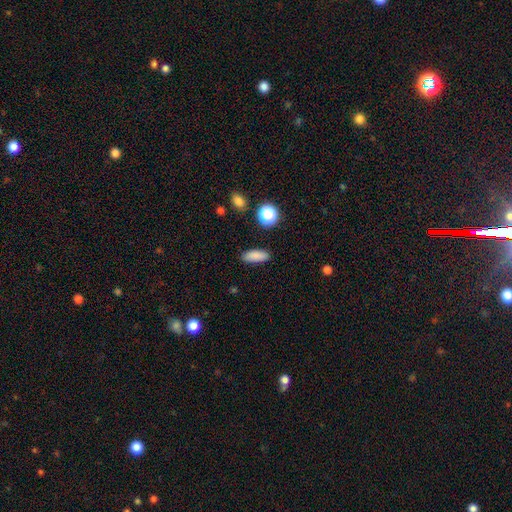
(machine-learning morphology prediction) A smooth galaxy with no disk features (85%) that is in between round and cigar-shaped (66%).

Vote fractions:
- Smooth or featured? smooth: 85% / star or artifact: 10% / featured or disk: 5%
- How rounded? in between: 66% / cigar-shaped: 30% / round: 4%
- Merging? none: 87% / minor disturbance: 8% / major disturbance: 2% / merger: 2%